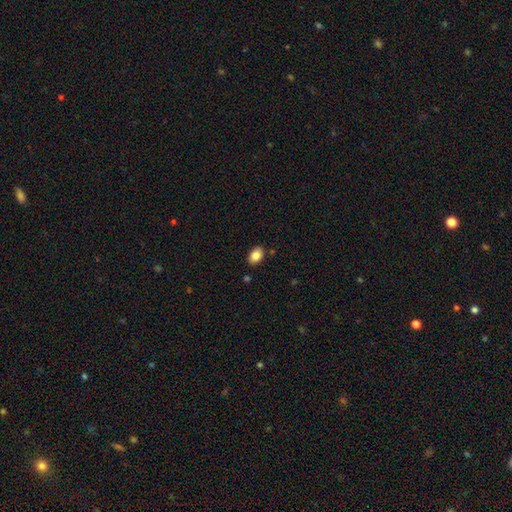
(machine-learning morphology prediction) Overall: smooth (85%). How rounded: in between (82%). Merging: none (85%).